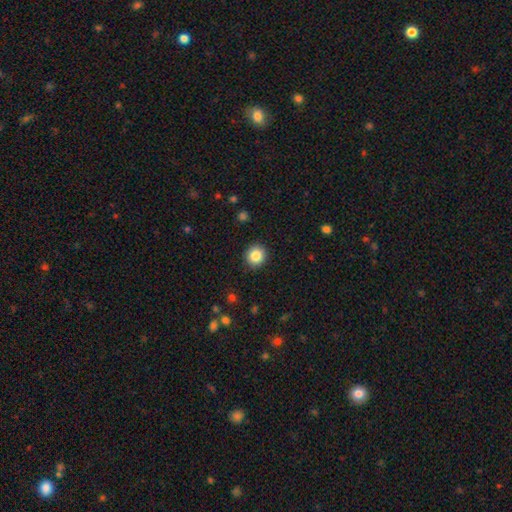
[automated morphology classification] This is clearly a smooth galaxy (85%). How rounded: clearly round (92%). Merging: clearly none (91%).